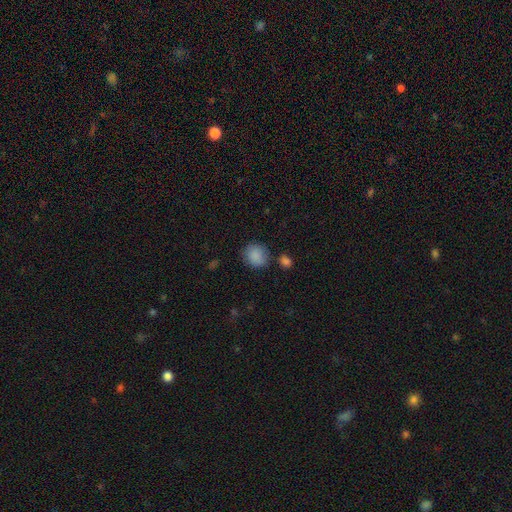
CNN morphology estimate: The model was most divided on "merging": none: 76%, minor disturbance: 14%, merger: 5%, major disturbance: 4%. More confident: smooth or featured — smooth (87%); how rounded — round (81%).